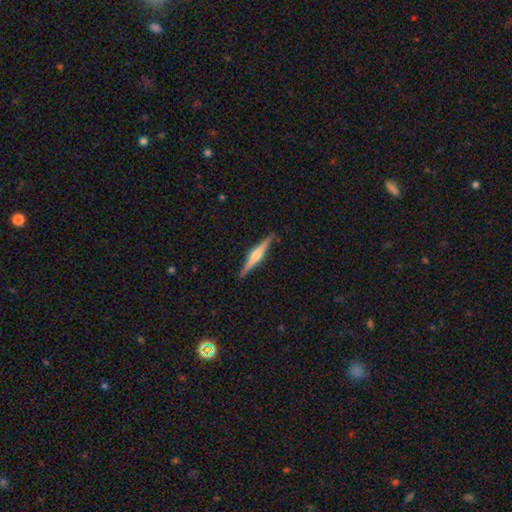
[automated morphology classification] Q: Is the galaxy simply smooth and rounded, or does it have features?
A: featured or disk — 73%.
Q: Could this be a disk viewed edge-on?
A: yes — 98%.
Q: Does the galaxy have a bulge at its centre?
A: rounded — 85%.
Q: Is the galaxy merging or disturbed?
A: none — 90%.